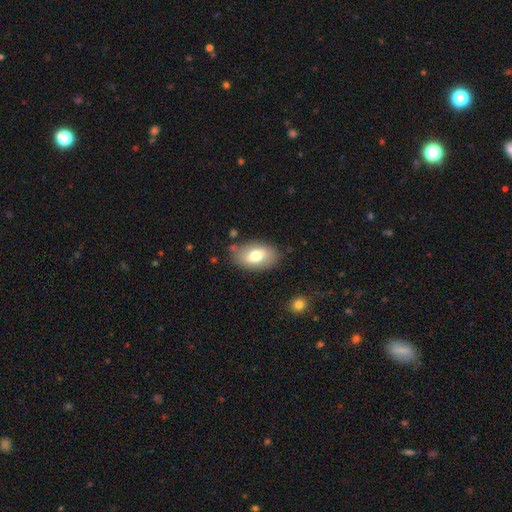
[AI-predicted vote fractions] smooth 69%, featured or disk 24%, star or artifact 7%. Down the decision tree: how rounded — in between (90%); merging — none (79%).